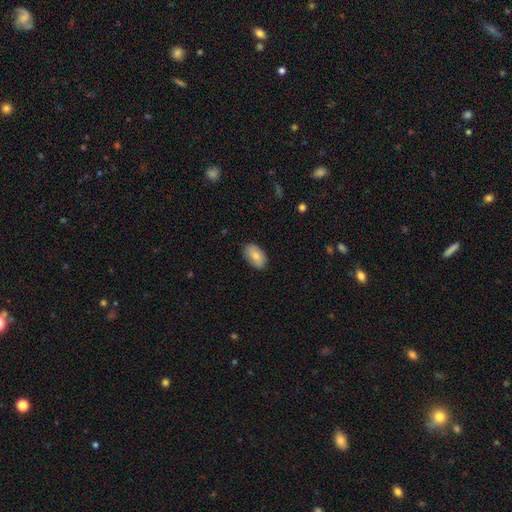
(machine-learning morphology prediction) smooth-or-featured: smooth: 79% | featured or disk: 15% | star or artifact: 6%
  how-rounded: in between: 94% | round: 5% | cigar-shaped: 2%
  merging: none: 85% | minor disturbance: 12% | major disturbance: 2% | merger: 1%